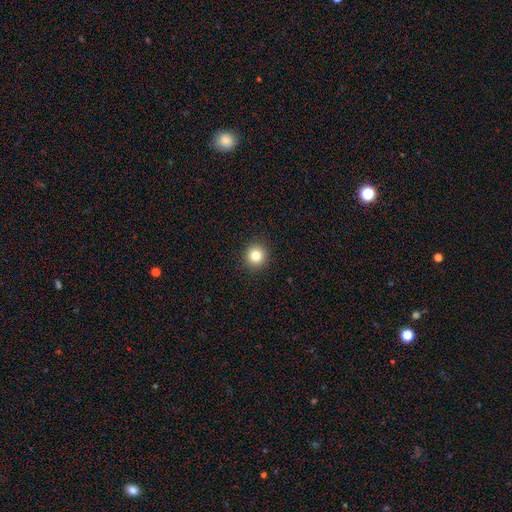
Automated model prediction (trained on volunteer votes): A smooth galaxy with no disk features (82%) that is round (93%). Merging: none (93%).